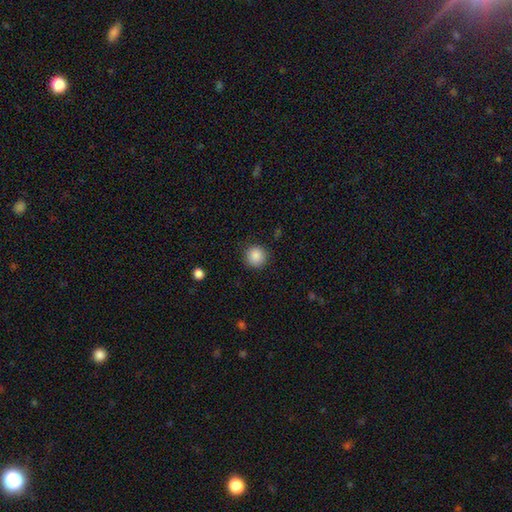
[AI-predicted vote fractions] smooth 88%, star or artifact 9%, featured or disk 3%. Down the decision tree: how rounded — round (93%); merging — none (88%).